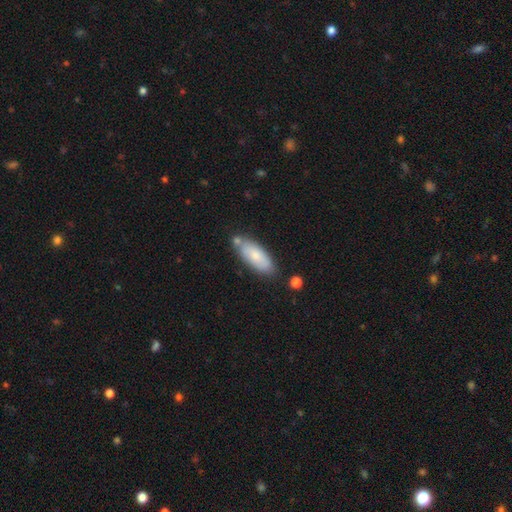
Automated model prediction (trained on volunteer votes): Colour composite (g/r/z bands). It shows a smooth galaxy with no disk features (75%) that is in between round and cigar-shaped (78%). Merging: none (71%).